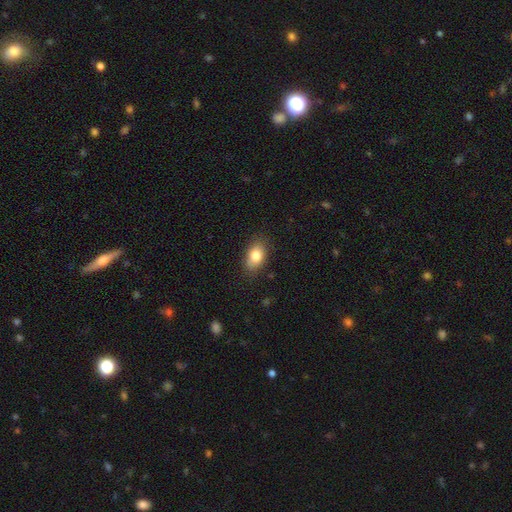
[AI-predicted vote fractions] Q: Smooth or featured?
A: smooth (82%); runner-up: featured or disk (10%)
Q: How rounded?
A: in between (85%); runner-up: round (12%)
Q: Merging?
A: none (81%); runner-up: minor disturbance (14%)